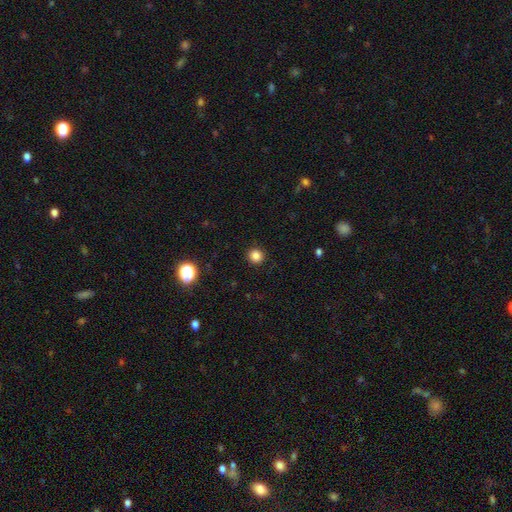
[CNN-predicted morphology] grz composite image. It shows a smooth galaxy with no disk features (84%) that is round (94%). Merging: none (92%).